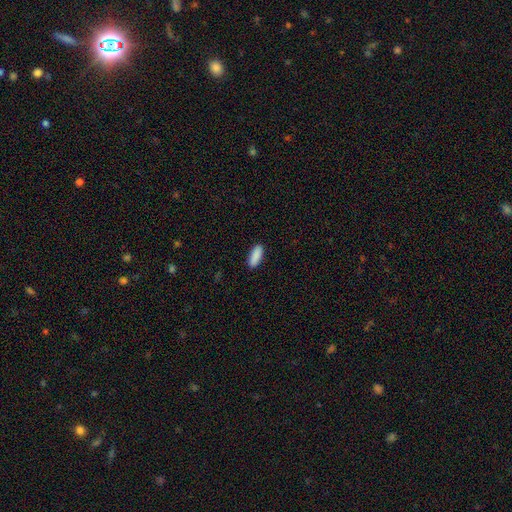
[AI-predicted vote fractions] smooth 90%, star or artifact 6%, featured or disk 3%. Down the decision tree: how rounded — in between (66%); merging — none (90%).